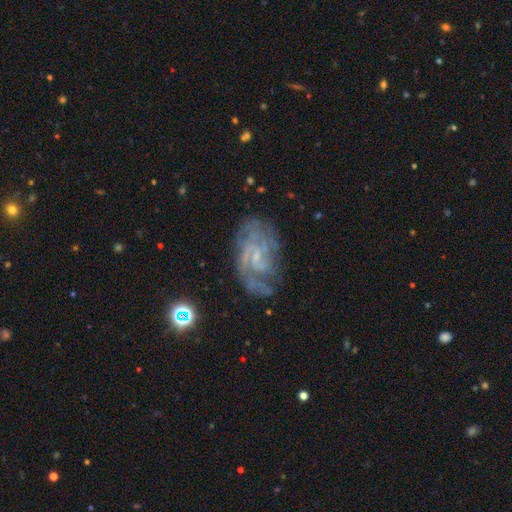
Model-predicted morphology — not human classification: The model was most divided on "spiral winding": tight: 43%, medium: 42%, loose: 15%. Remaining: edge-on disk — no (97%); spiral arms — yes (91%); smooth or featured — featured or disk (80%); merging — none (64%); bulge size — small (61%); bar — weak (47%); spiral arm count — can't tell (36%).